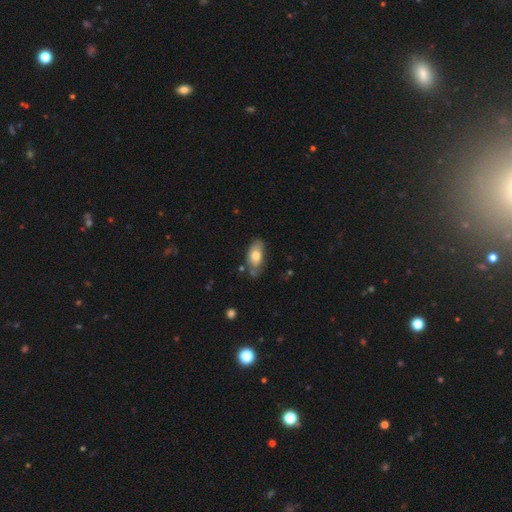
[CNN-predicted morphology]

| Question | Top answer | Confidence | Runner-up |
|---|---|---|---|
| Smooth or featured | smooth | 73% | featured or disk (21%) |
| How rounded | in between | 91% | cigar-shaped (6%) |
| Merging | none | 62% | minor disturbance (27%) |